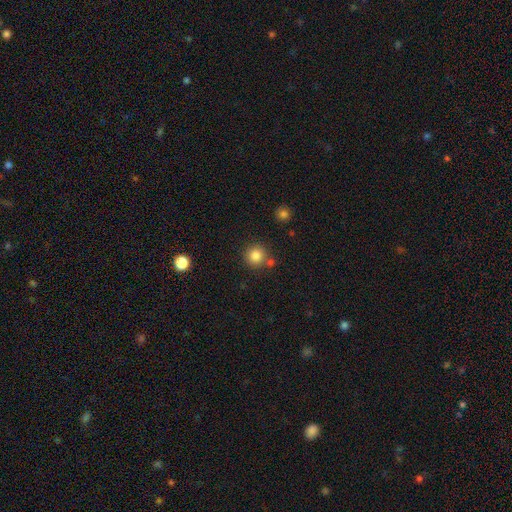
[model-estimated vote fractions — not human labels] A smooth galaxy with no disk features (83%) that is round (93%). Merging: none (78%).